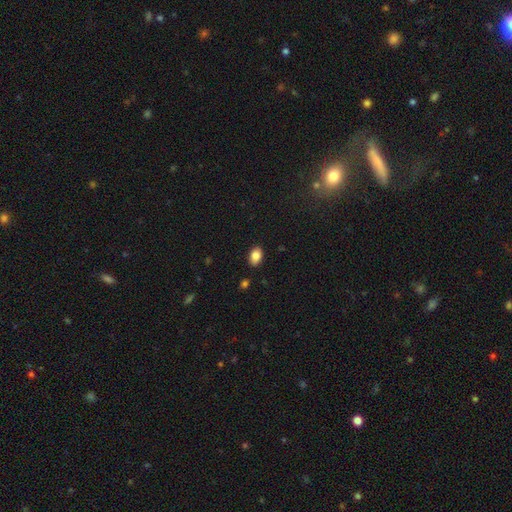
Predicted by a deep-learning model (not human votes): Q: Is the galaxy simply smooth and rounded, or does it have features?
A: smooth — 86%.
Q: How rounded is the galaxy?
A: in between — 87%.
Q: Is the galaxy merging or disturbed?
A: none — 88%.